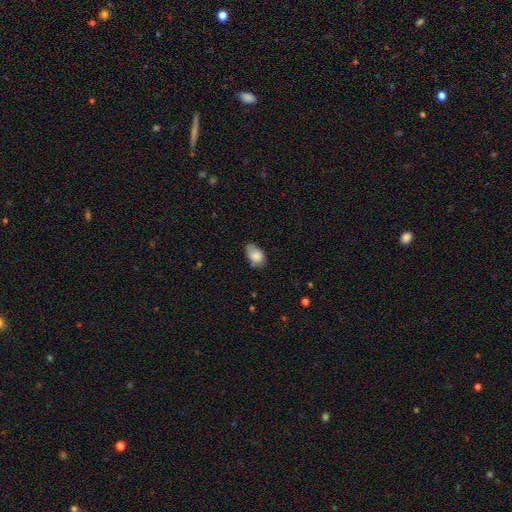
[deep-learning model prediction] Q: Smooth or featured?
A: smooth (78%); runner-up: featured or disk (15%)
Q: How rounded?
A: in between (90%); runner-up: round (9%)
Q: Merging?
A: none (56%); runner-up: minor disturbance (34%)